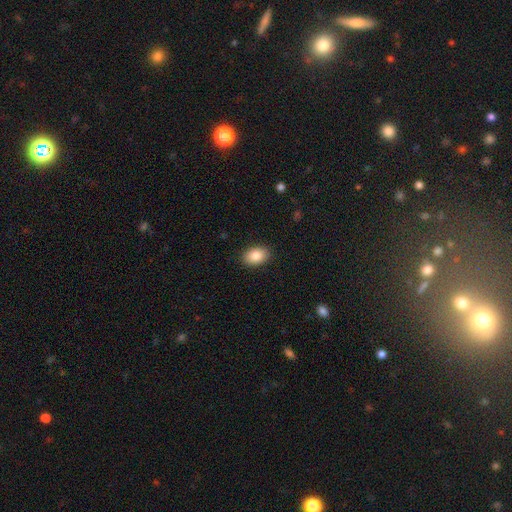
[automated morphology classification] smooth 86%, star or artifact 7%, featured or disk 6%. Down the decision tree: how rounded — in between (86%); merging — none (89%).